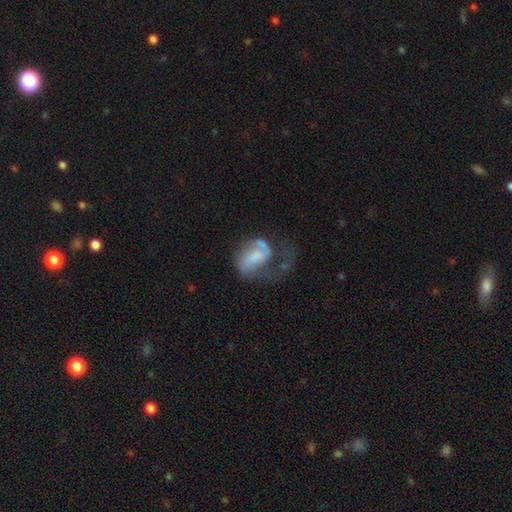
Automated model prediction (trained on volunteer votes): Smooth or featured? featured or disk (65%)
Edge-on disk? no (97%)
Bar? no (52%)
Spiral arms? yes (79%)
Bulge size? none (36%)
Merging? major disturbance (52%)